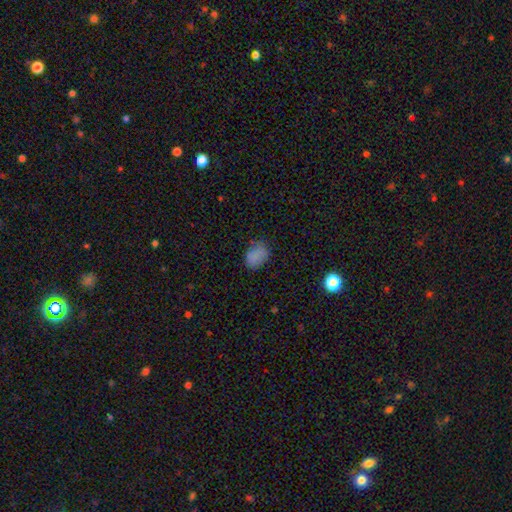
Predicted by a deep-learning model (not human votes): Smooth or featured? Predicted: smooth (p=0.80). How rounded? Predicted: in between (p=0.77). Merging? Predicted: none (p=0.69).